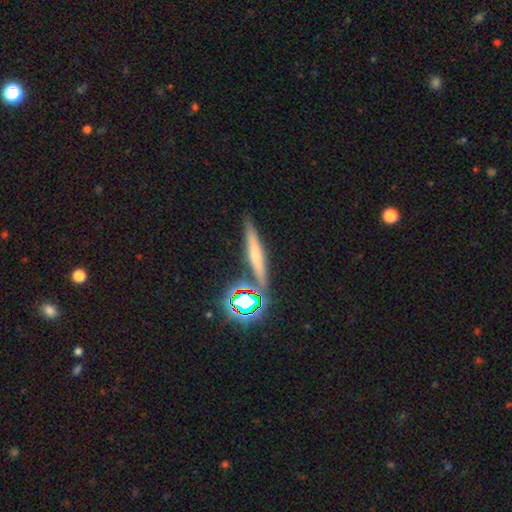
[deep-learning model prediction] Morphology: type=smooth (43%); merging=none (79%).